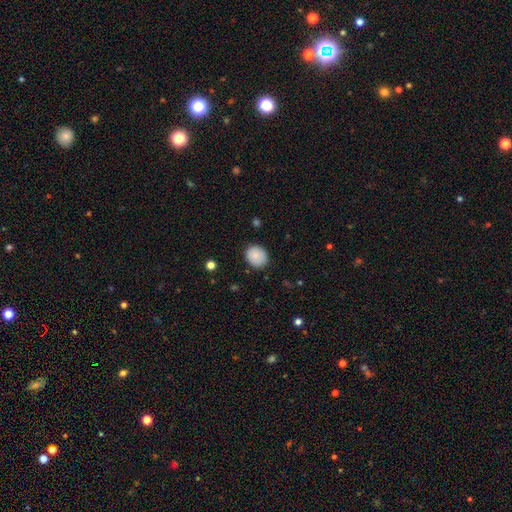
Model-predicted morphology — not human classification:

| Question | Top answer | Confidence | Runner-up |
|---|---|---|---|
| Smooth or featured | smooth | 86% | star or artifact (8%) |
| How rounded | round | 67% | in between (33%) |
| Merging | none | 85% | minor disturbance (12%) |